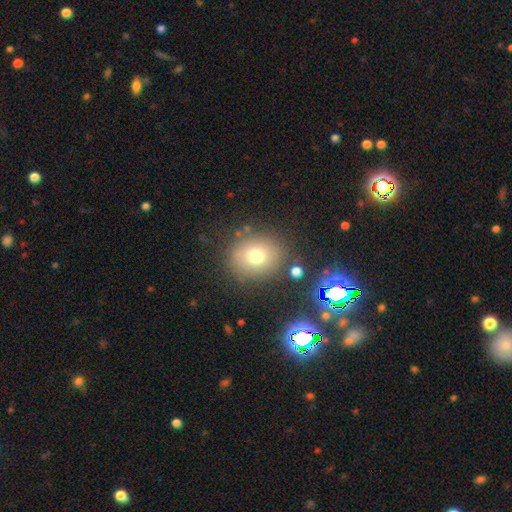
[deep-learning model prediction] The model was most divided on "how rounded": round: 74%, in between: 25%, cigar-shaped: 1%. More confident: merging — none (81%); smooth or featured — smooth (71%).